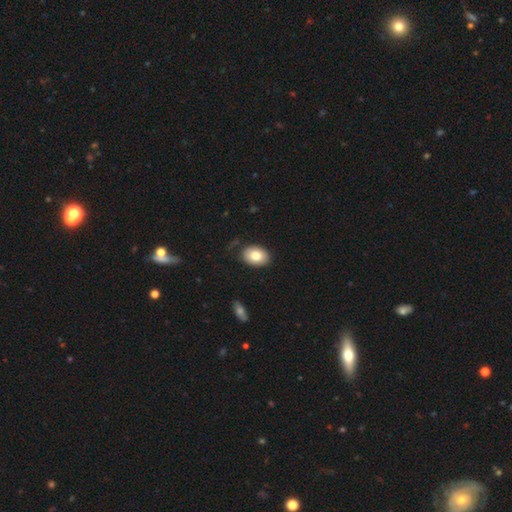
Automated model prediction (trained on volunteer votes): A smooth galaxy with no disk features (81%) that is in between round and cigar-shaped (81%).

Vote fractions:
- Smooth or featured? smooth: 81% / featured or disk: 12% / star or artifact: 7%
- How rounded? in between: 81% / round: 18% / cigar-shaped: 1%
- Merging? none: 83% / minor disturbance: 12% / major disturbance: 3% / merger: 2%